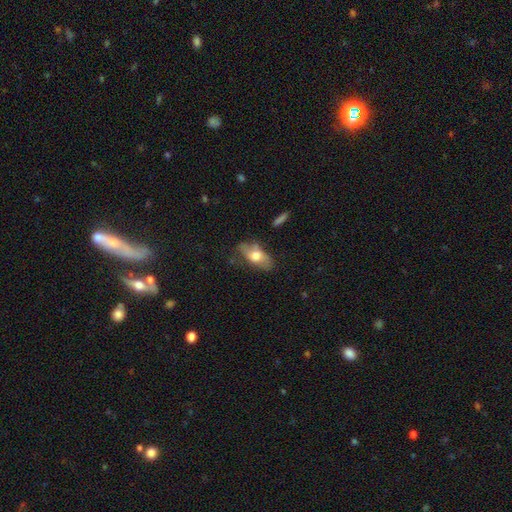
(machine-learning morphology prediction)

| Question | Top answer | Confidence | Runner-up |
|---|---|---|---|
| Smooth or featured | smooth | 61% | featured or disk (32%) |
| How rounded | in between | 87% | cigar-shaped (8%) |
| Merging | none | 66% | minor disturbance (24%) |